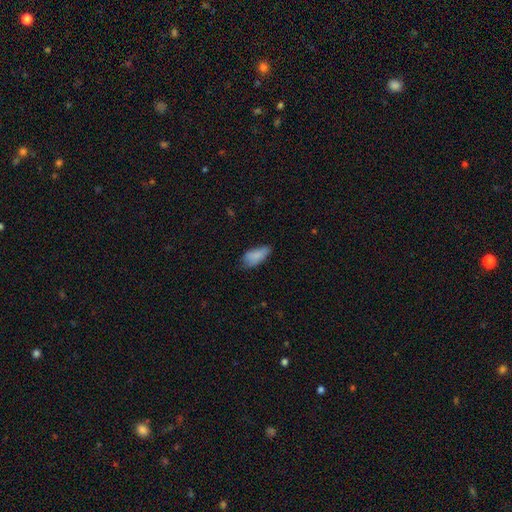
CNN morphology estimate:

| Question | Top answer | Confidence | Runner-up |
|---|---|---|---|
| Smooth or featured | smooth | 84% | featured or disk (9%) |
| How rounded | in between | 87% | cigar-shaped (11%) |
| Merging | none | 55% | minor disturbance (35%) |